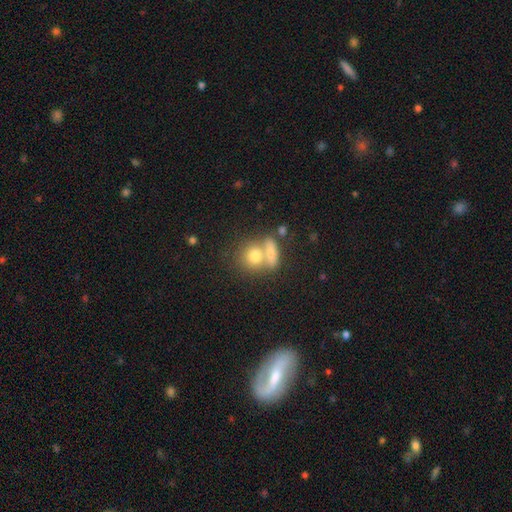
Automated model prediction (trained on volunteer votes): Q: Smooth or featured?
A: smooth (75%); runner-up: featured or disk (15%)
Q: How rounded?
A: round (64%); runner-up: in between (31%)
Q: Merging?
A: merger (48%); runner-up: none (39%)